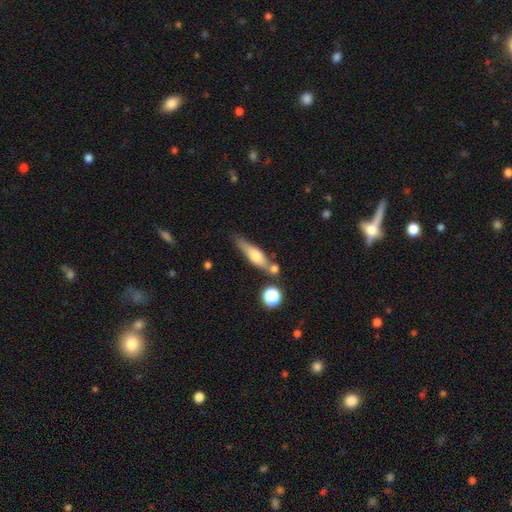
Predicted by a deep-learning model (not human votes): This appears to be a smooth galaxy with no disk features (50%). Merging: none (58%).